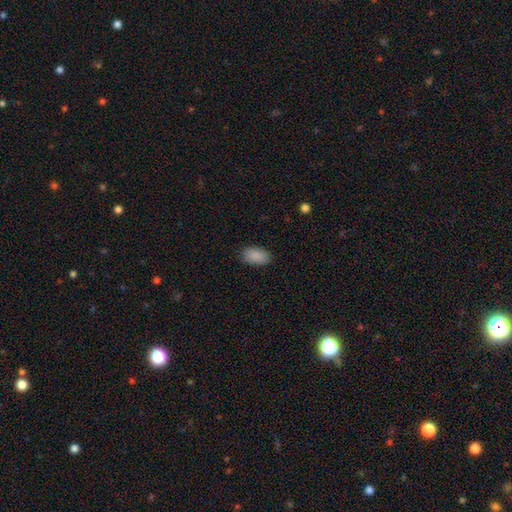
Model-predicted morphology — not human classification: This appears to be a smooth galaxy with no disk features (90%) that is in between round and cigar-shaped (94%). Merging: none (84%).